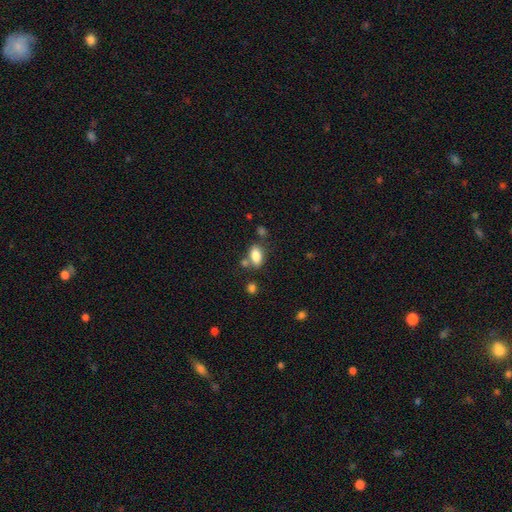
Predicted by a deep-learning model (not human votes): Smooth or featured: smooth — 83% (star or artifact — 9%)
How rounded: in between — 88% (round — 8%)
Merging: none — 66% (minor disturbance — 15%)